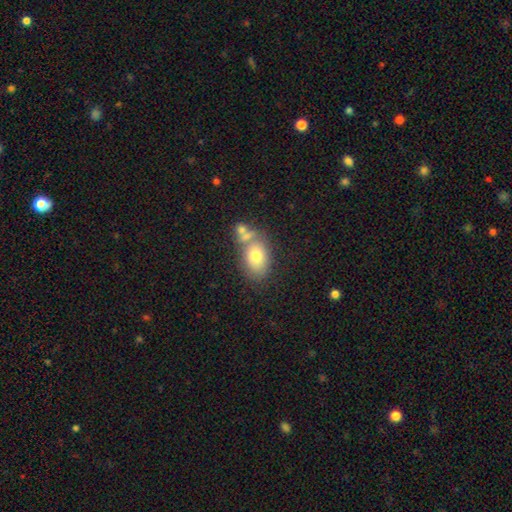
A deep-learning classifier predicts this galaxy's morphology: A smooth galaxy with no disk features (75%) that is in between round and cigar-shaped (80%).

Vote fractions:
- Smooth or featured? smooth: 75% / featured or disk: 16% / star or artifact: 9%
- How rounded? in between: 80% / round: 18% / cigar-shaped: 1%
- Merging? none: 49% / merger: 30% / minor disturbance: 15% / major disturbance: 6%